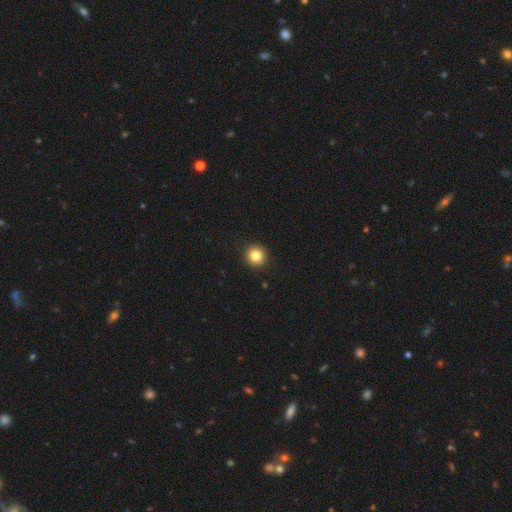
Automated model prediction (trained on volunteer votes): Smooth or featured? Predicted: smooth (p=0.84). How rounded? Predicted: round (p=0.90). Merging? Predicted: none (p=0.92).